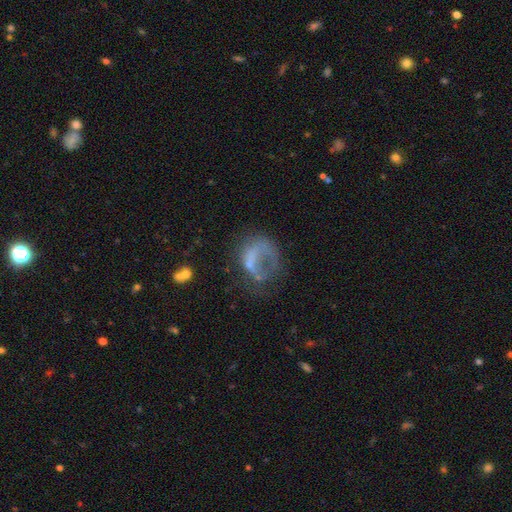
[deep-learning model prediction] Overall: featured or disk (44%; smooth 39%). Merging: major disturbance (45%; none 33%).